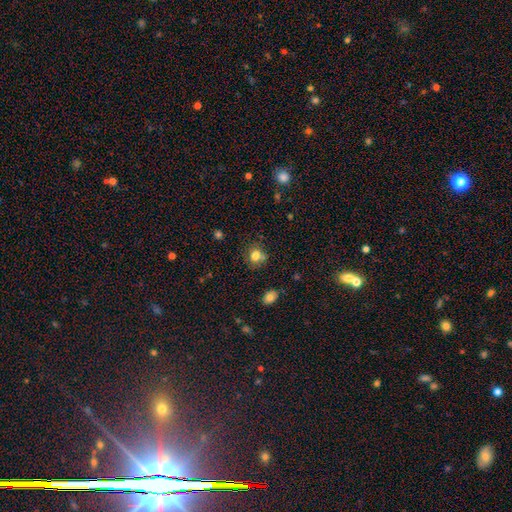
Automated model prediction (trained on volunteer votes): smooth_or_featured: smooth (p=0.78) [alt: star or artifact p=0.13]
how_rounded: round (p=0.78) [alt: in between p=0.21]
merging: none (p=0.71) [alt: minor disturbance p=0.14]